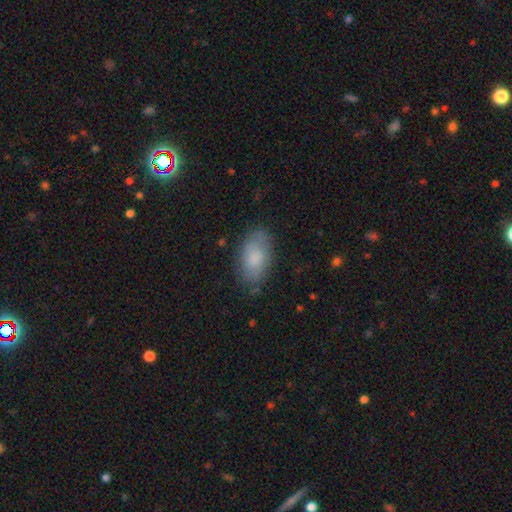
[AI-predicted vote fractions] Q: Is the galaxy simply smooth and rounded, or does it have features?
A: smooth — 79%.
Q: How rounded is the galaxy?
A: in between — 94%.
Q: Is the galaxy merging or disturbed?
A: none — 76%.